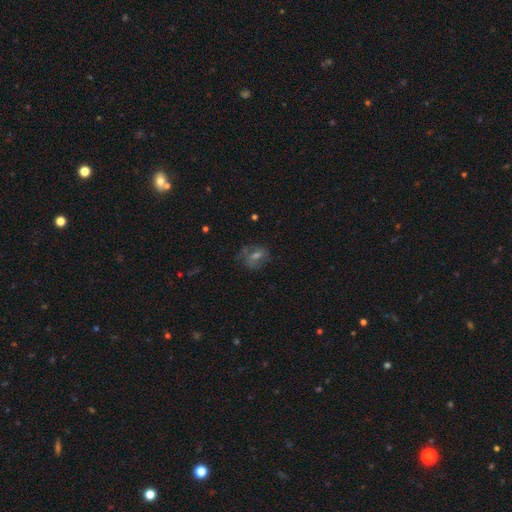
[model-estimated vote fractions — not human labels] smooth 36% (tied), featured or disk 36% (tied), star or artifact 28%. Down the decision tree: merging — none (64%).